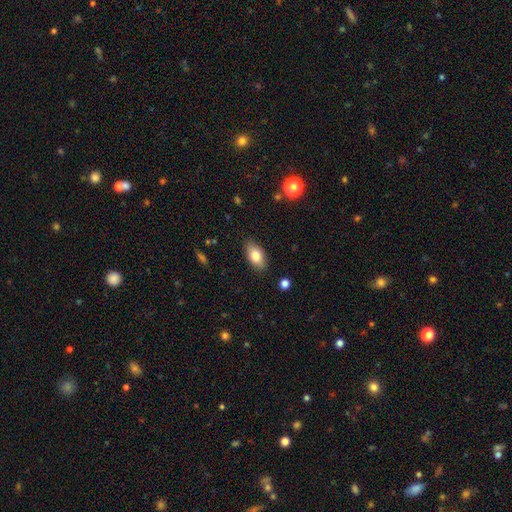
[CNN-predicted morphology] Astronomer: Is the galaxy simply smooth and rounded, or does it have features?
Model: smooth — 79%.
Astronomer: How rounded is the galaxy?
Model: in between — 91%.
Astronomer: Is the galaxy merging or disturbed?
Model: none — 86%.